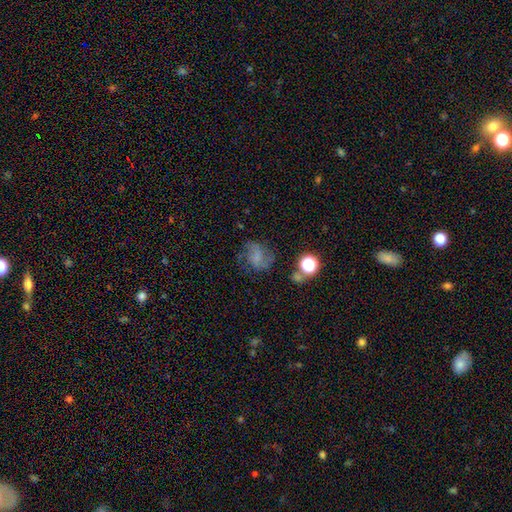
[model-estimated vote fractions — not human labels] This is marginally a featured or disk galaxy (45%). Merging: possibly none (54%).